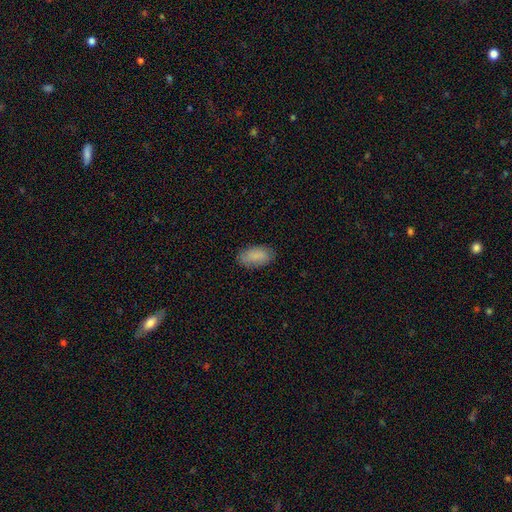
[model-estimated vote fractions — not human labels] A smooth galaxy with no disk features (87%) that is in between round and cigar-shaped (93%).

Vote fractions:
- Smooth or featured? smooth: 87% / star or artifact: 7% / featured or disk: 6%
- How rounded? in between: 93% / round: 4% / cigar-shaped: 3%
- Merging? none: 84% / minor disturbance: 12% / major disturbance: 3% / merger: 1%